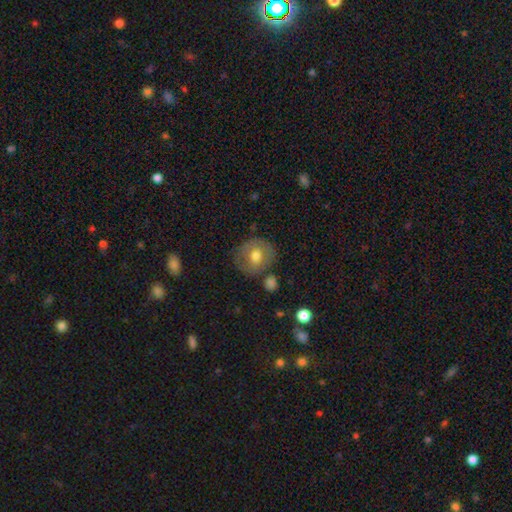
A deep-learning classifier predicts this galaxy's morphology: A smooth galaxy with no disk features (62%) that is round (78%).

Vote fractions:
- Smooth or featured? smooth: 62% / featured or disk: 30% / star or artifact: 8%
- How rounded? round: 78% / in between: 21% / cigar-shaped: 1%
- Merging? none: 75% / minor disturbance: 15% / major disturbance: 5% / merger: 5%